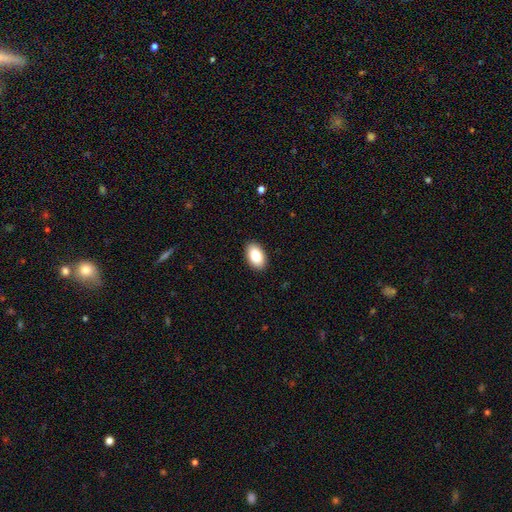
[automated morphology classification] smooth-or-featured: smooth: 85% | featured or disk: 8% | star or artifact: 7%
  how-rounded: in between: 93% | round: 5% | cigar-shaped: 1%
  merging: none: 90% | minor disturbance: 7% | major disturbance: 2% | merger: 1%